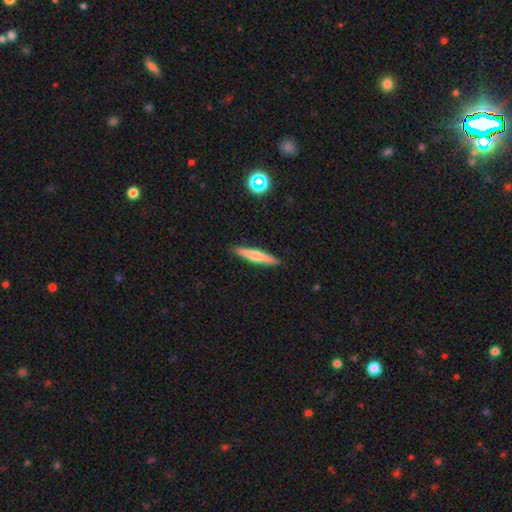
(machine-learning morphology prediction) Q: Smooth or featured?
A: smooth (58%); runner-up: featured or disk (35%)
Q: How rounded?
A: cigar-shaped (92%); runner-up: in between (7%)
Q: Merging?
A: none (90%); runner-up: minor disturbance (7%)